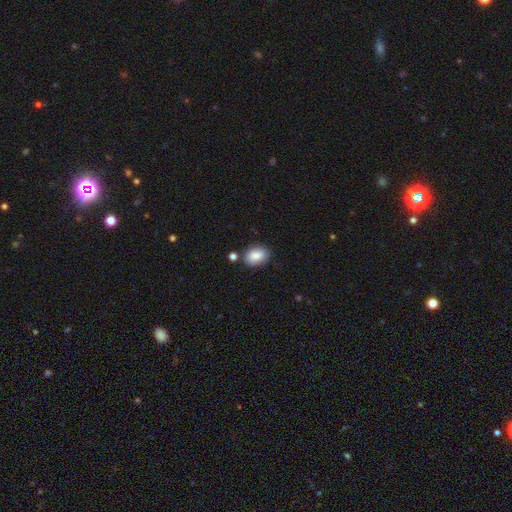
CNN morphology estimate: Smooth or featured? Predicted: smooth (p=0.86). How rounded? Predicted: in between (p=0.79). Merging? Predicted: none (p=0.76).